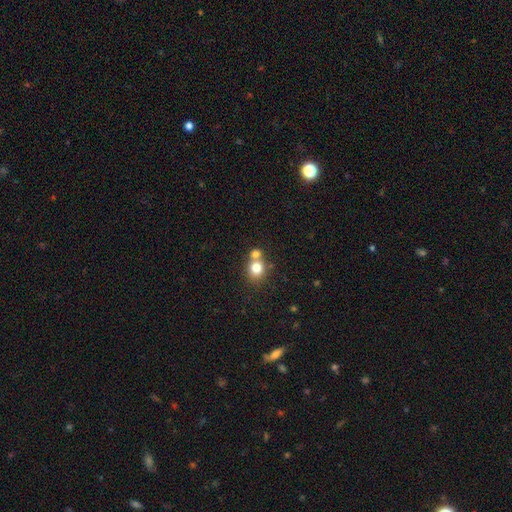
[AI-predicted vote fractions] This appears to be a smooth galaxy with no disk features (75%) that is round (81%). Merging: none (53%).